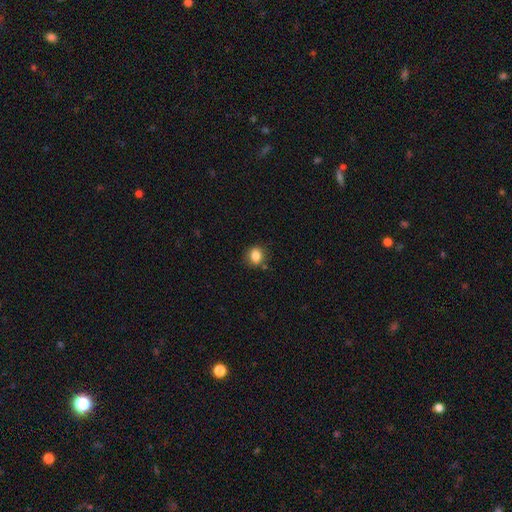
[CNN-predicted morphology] Overall: smooth (83%). How rounded: round (70%). Merging: none (80%).